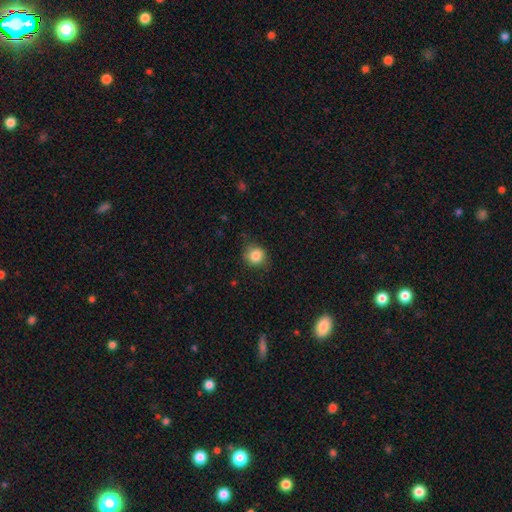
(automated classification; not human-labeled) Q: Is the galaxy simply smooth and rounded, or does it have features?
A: smooth — 85%.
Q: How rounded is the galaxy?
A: round — 80%.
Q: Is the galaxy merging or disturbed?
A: none — 72%.